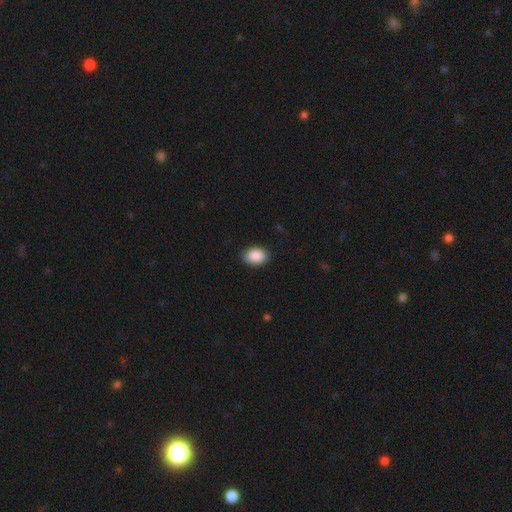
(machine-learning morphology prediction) This appears to be a smooth galaxy with no disk features (90%) that is in between round and cigar-shaped (79%). Merging: none (88%).